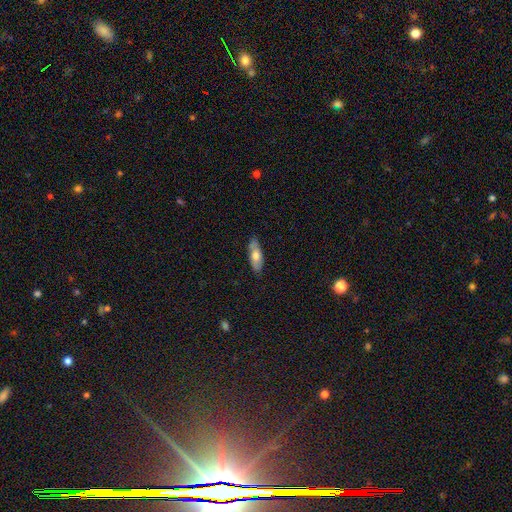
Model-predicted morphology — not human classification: Smooth or featured? Predicted: smooth (p=0.62). How rounded? Predicted: in between (p=0.69). Merging? Predicted: none (p=0.78).